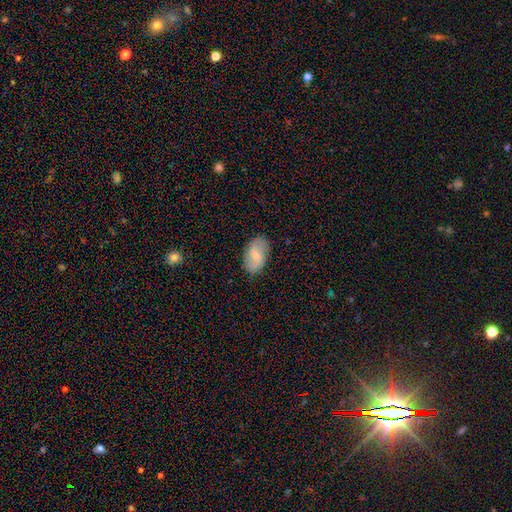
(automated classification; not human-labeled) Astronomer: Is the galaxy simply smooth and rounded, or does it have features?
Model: smooth — 49% (runner-up: featured or disk, 45%).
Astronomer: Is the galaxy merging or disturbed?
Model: none — 84%.